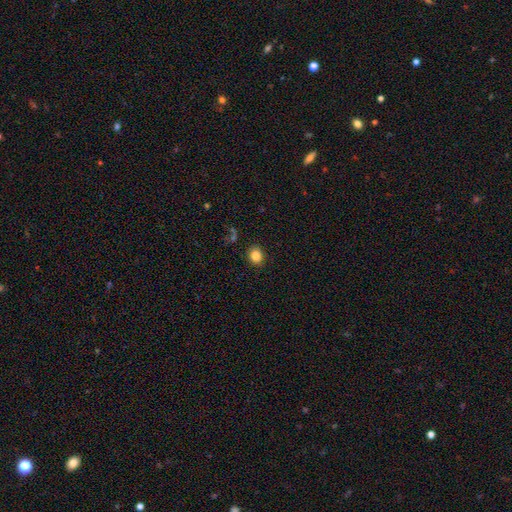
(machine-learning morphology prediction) type=smooth (84%); roundness=round (64%); merging=none (89%).